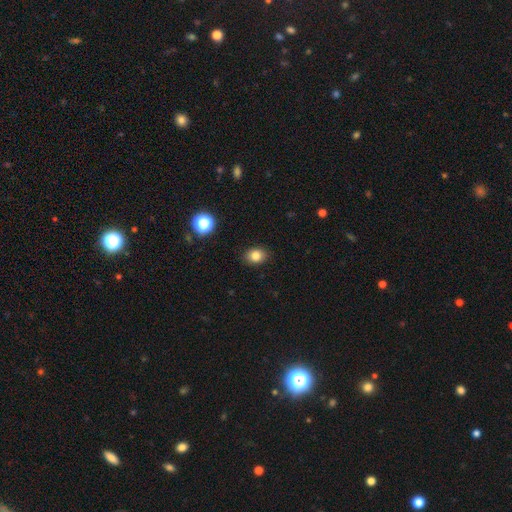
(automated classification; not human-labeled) smooth 83%, star or artifact 12%, featured or disk 6%. Down the decision tree: how rounded — in between (61%); merging — none (88%).